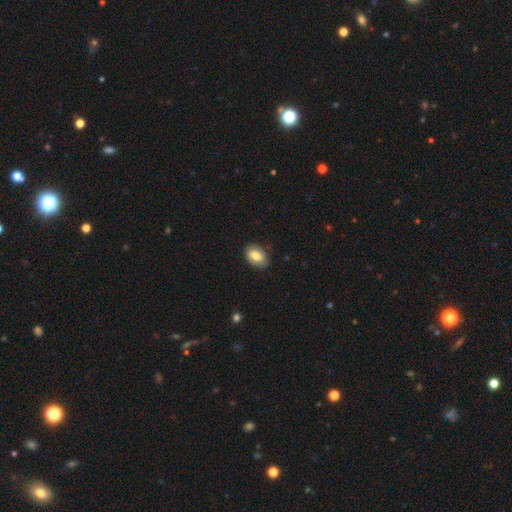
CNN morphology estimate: Smooth or featured: smooth — 77% (featured or disk — 16%)
How rounded: in between — 86% (round — 13%)
Merging: none — 82% (minor disturbance — 14%)